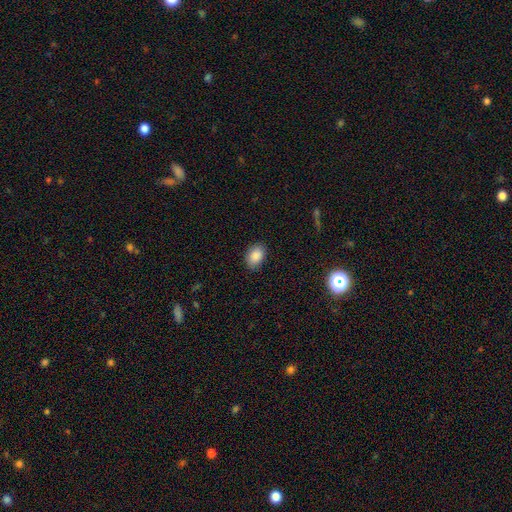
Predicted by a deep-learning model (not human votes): The model was most divided on "merging": none: 84%, minor disturbance: 13%, major disturbance: 3%, merger: 1%. More confident: smooth or featured — smooth (88%); how rounded — in between (85%).